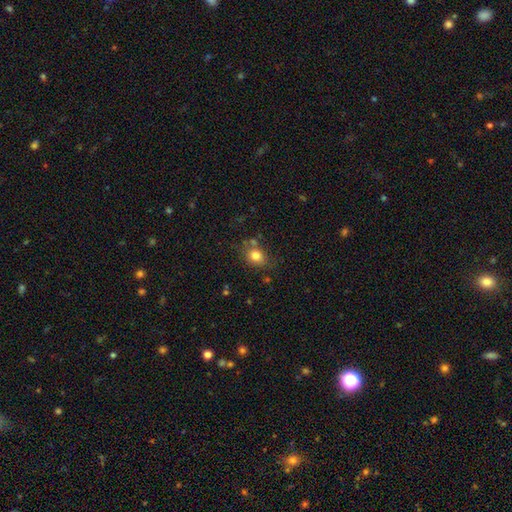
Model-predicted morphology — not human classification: smooth_or_featured: smooth (p=0.80) [alt: star or artifact p=0.11]
how_rounded: round (p=0.55) [alt: in between p=0.44]
merging: none (p=0.69) [alt: minor disturbance p=0.17]